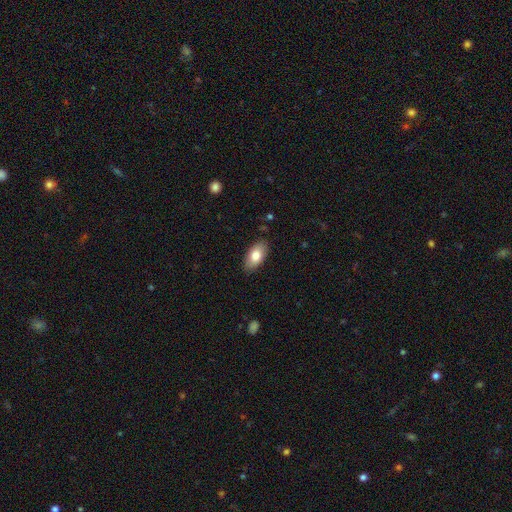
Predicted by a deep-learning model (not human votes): Smooth or featured? smooth (79%)
How rounded? in between (92%)
Merging? none (86%)